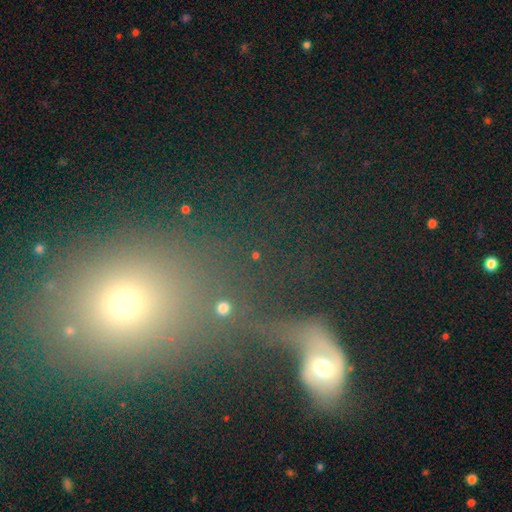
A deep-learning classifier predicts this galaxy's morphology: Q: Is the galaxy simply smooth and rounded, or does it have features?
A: smooth — 43%.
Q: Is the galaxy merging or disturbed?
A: none — 41%.